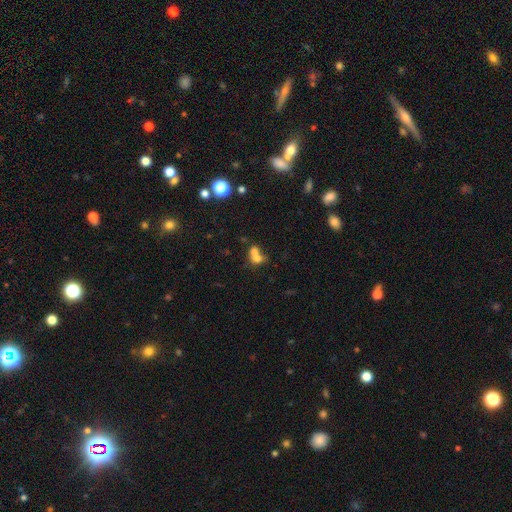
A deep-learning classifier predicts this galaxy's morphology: Smooth or featured?
  - smooth: 67% *
  - featured or disk: 19%
  - star or artifact: 14%
How rounded?
  - round: 56% *
  - in between: 43%
  - cigar-shaped: 2%
Merging?
  - merger: 68% *
  - none: 22%
  - minor disturbance: 6%
  - major disturbance: 4%